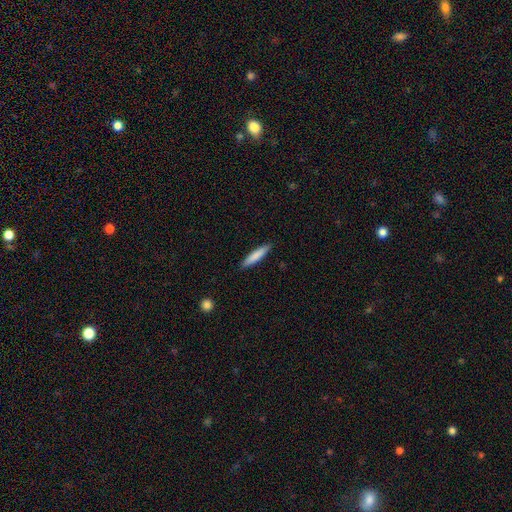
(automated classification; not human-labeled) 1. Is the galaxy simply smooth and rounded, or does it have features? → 81% smooth, 14% featured or disk, 5% star or artifact.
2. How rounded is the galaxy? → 89% cigar-shaped, 10% in between, 1% round.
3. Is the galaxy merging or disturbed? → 90% none, 8% minor disturbance, 2% major disturbance, 1% merger.